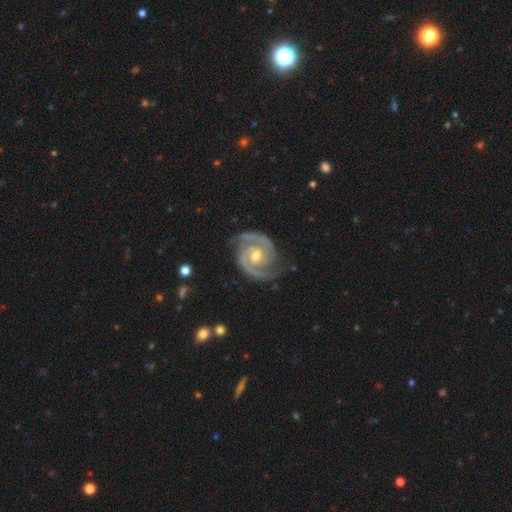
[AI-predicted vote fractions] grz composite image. It shows a featured or disk galaxy (94%) with no bar (55%), 2 (90%) tight (56%) spiral arms (99%) and a moderate central bulge (59%). Merging: none (80%).